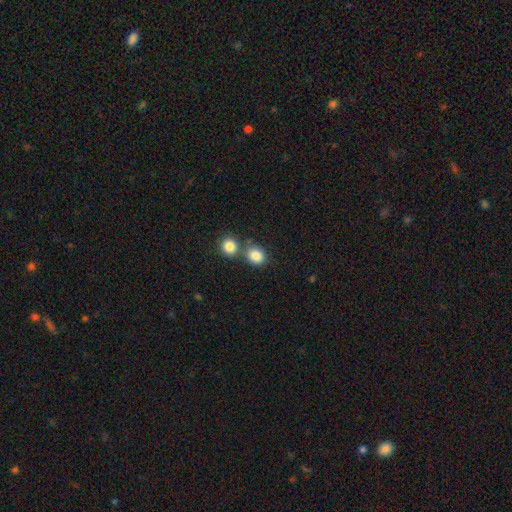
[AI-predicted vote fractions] smooth-or-featured: smooth: 85% | star or artifact: 9% | featured or disk: 6%
  how-rounded: round: 70% | in between: 29% | cigar-shaped: 1%
  merging: none: 56% | merger: 31% | minor disturbance: 10% | major disturbance: 3%